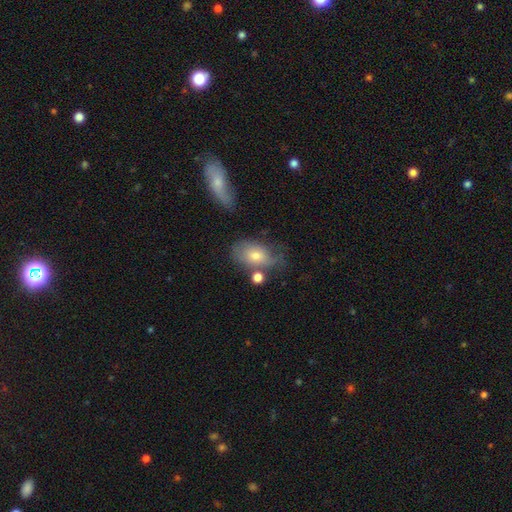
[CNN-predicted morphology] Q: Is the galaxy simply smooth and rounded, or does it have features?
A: smooth — 64%.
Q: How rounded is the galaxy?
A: in between — 85%.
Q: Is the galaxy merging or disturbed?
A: none — 49%.